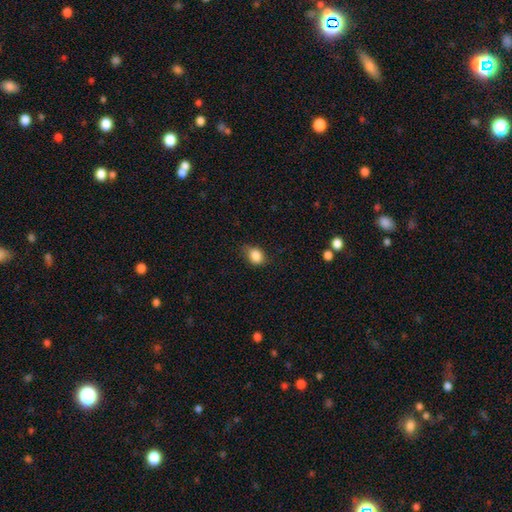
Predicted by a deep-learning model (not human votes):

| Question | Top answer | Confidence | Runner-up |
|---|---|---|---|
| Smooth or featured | smooth | 85% | star or artifact (9%) |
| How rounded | in between | 54% | round (45%) |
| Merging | none | 65% | minor disturbance (28%) |